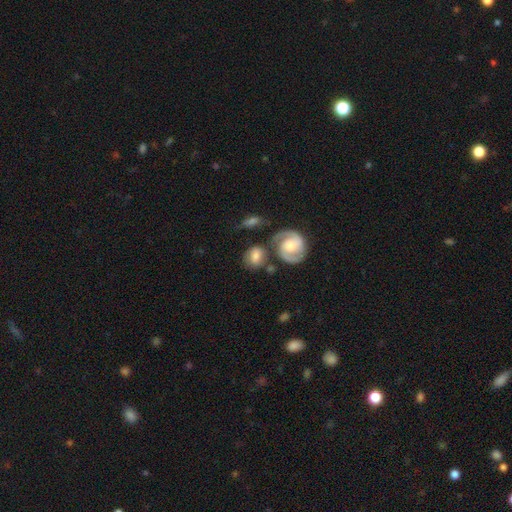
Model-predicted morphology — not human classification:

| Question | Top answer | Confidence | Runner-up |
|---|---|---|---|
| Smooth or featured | smooth | 60% | featured or disk (33%) |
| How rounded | round | 63% | in between (36%) |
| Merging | none | 54% | merger (23%) |